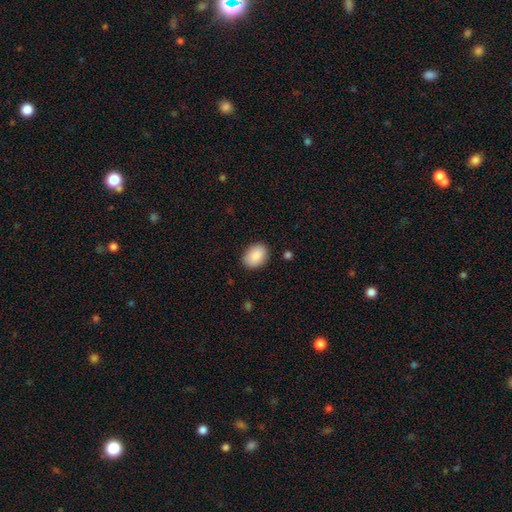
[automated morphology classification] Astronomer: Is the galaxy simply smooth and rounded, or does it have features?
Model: smooth — 89%.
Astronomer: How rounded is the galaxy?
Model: in between — 76%.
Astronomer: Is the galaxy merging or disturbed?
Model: none — 86%.